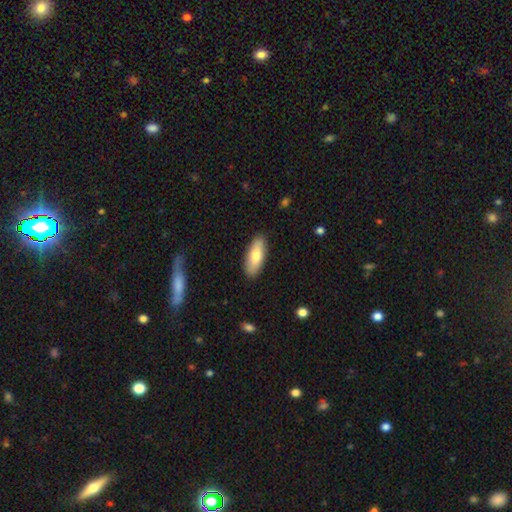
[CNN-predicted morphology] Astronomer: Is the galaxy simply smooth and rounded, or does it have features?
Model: smooth — 76%.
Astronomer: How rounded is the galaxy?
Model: in between — 75%.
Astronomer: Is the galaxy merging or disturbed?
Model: none — 88%.